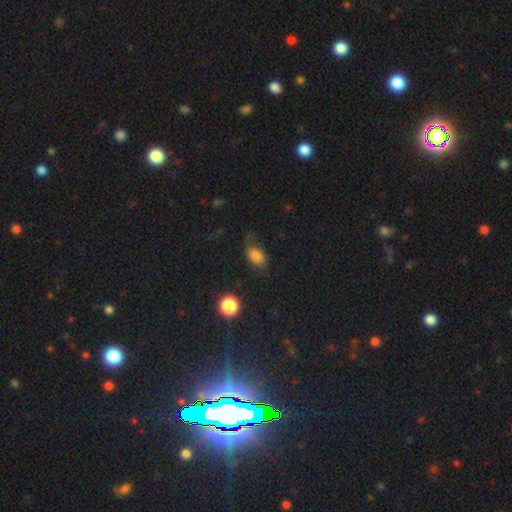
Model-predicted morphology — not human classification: This is likely a smooth galaxy (79%). How rounded: likely in between (77%). Merging: possibly none (59%).